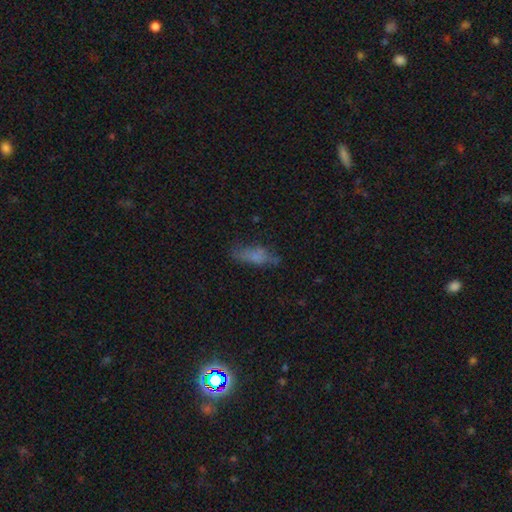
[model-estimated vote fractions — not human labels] A smooth galaxy with no disk features (64%) that is in between round and cigar-shaped (55%). Merging: none (54%).